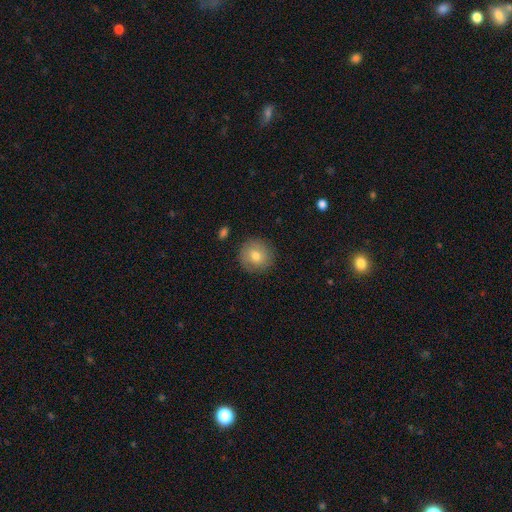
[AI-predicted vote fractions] Overall: smooth (76%). How rounded: round (93%). Merging: none (88%).